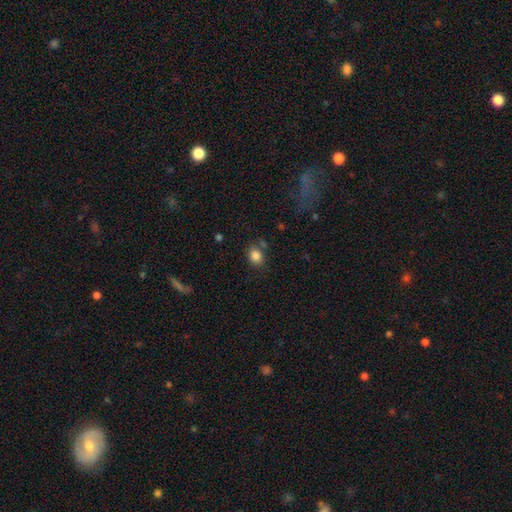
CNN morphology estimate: Smooth or featured: smooth — 84% (star or artifact — 10%)
How rounded: in between — 54% (round — 45%)
Merging: none — 72% (minor disturbance — 15%)